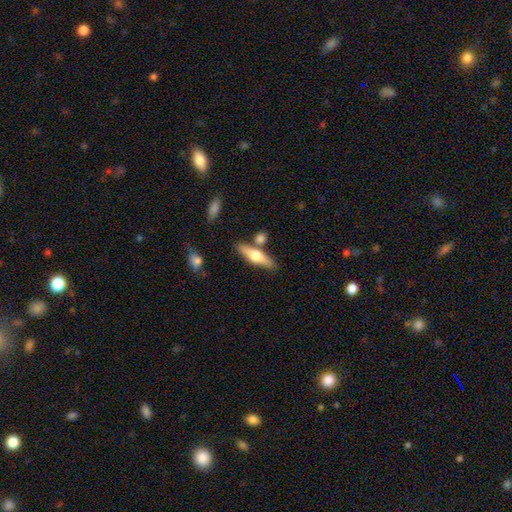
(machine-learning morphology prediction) smooth-or-featured: featured or disk: 48% | smooth: 46% | star or artifact: 6%
  merging: none: 74% | merger: 13% | minor disturbance: 11% | major disturbance: 3%